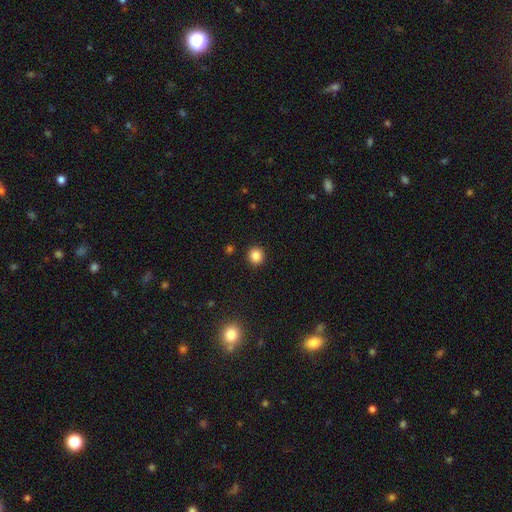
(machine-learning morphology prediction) Overall: smooth (84%). How rounded: round (89%). Merging: none (92%).